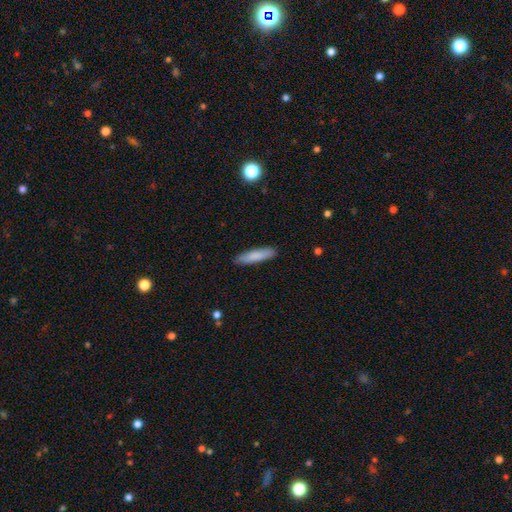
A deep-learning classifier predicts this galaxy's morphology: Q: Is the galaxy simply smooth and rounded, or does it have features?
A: smooth — 82%.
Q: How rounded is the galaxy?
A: cigar-shaped — 82%.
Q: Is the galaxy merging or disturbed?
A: none — 88%.